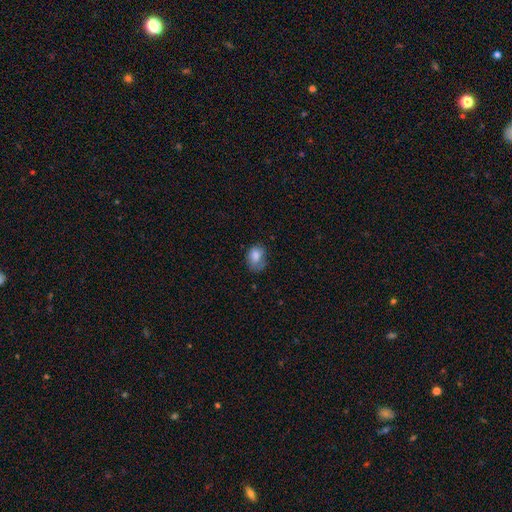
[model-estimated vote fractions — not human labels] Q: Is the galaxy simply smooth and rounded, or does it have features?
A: smooth — 80%.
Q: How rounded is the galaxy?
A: in between — 66%.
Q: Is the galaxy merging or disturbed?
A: none — 47%.